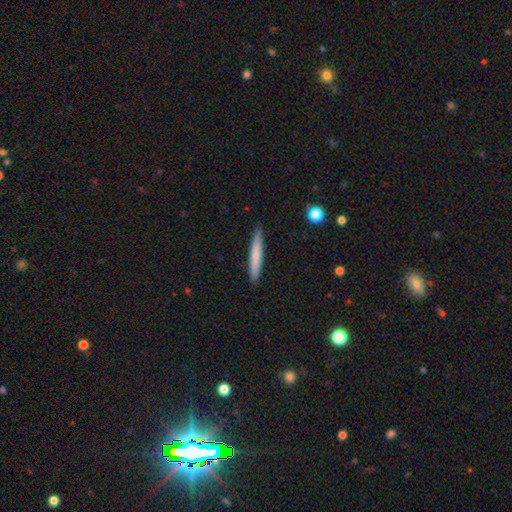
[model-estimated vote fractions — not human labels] Smooth or featured: smooth — 72% (featured or disk — 22%)
How rounded: cigar-shaped — 95% (in between — 3%)
Merging: none — 91% (minor disturbance — 7%)